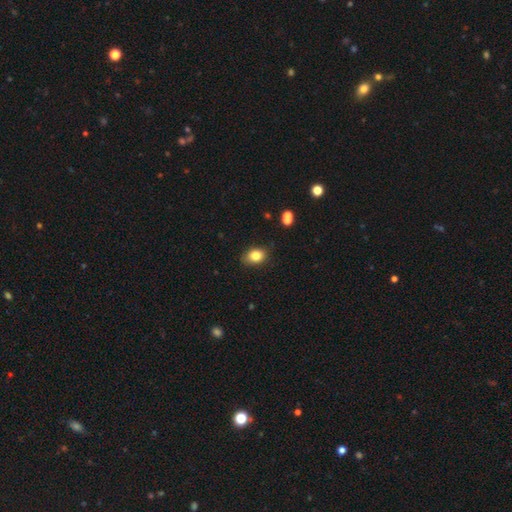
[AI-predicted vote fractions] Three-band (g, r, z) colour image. It shows a smooth galaxy with no disk features (82%) that is in between round and cigar-shaped (71%). Merging: none (81%).